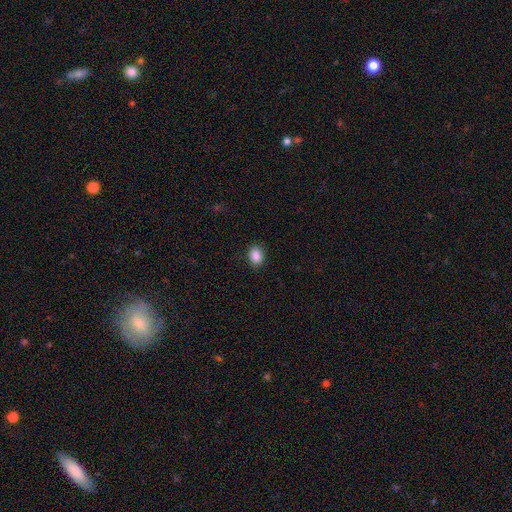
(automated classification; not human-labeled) The model was most divided on "how rounded": in between: 67%, round: 32%, cigar-shaped: 1%. More confident: smooth or featured — smooth (88%); merging — none (88%).